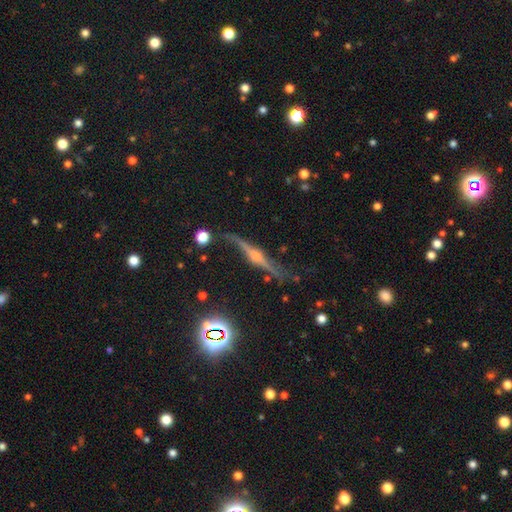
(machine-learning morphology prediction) A featured or disk galaxy (81%) viewed edge-on (92%) with a rounded central bulge (88%). Merging: none (75%).